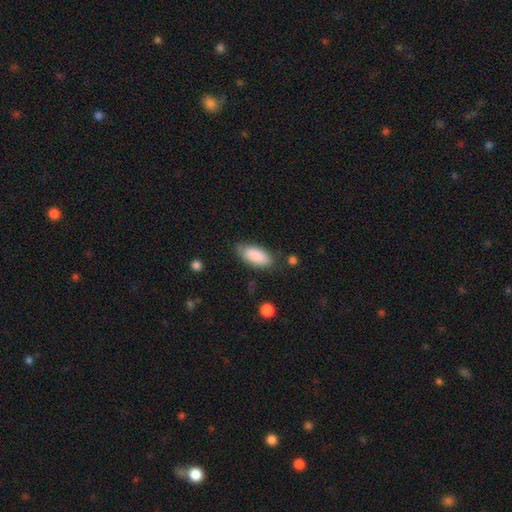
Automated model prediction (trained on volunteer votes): smooth-or-featured: smooth: 88% | featured or disk: 6% | star or artifact: 6%
  how-rounded: in between: 85% | cigar-shaped: 13% | round: 2%
  merging: none: 78% | minor disturbance: 17% | major disturbance: 4% | merger: 2%